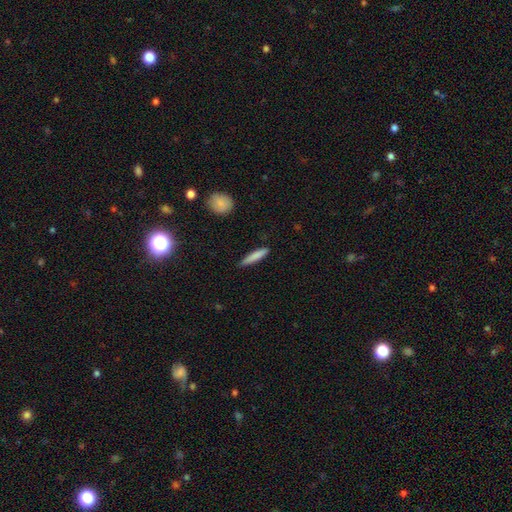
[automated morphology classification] Smooth or featured? Predicted: smooth (p=0.80). How rounded? Predicted: cigar-shaped (p=0.89). Merging? Predicted: none (p=0.83).